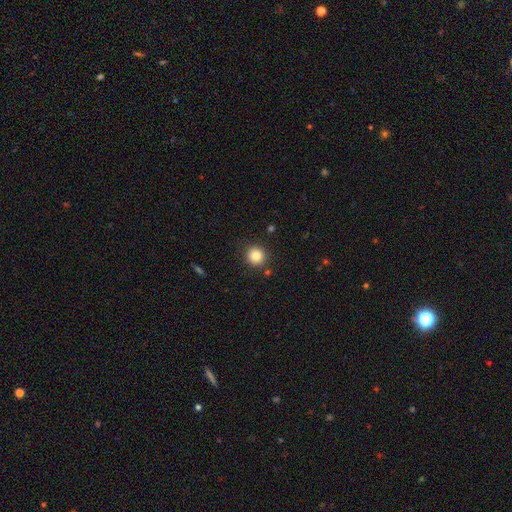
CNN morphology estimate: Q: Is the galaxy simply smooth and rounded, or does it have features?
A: smooth — 85%.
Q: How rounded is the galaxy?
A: round — 92%.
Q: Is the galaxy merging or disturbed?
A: none — 89%.